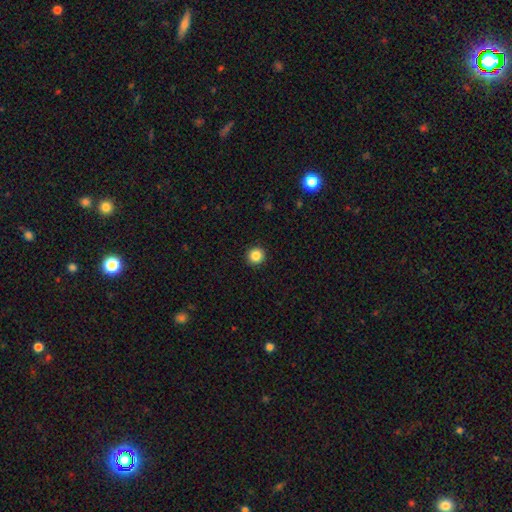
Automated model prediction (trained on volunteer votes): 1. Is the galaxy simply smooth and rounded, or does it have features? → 86% smooth, 10% star or artifact, 4% featured or disk.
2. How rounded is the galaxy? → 96% round, 3% in between, 1% cigar-shaped.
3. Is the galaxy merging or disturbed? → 93% none, 4% minor disturbance, 1% major disturbance, 1% merger.